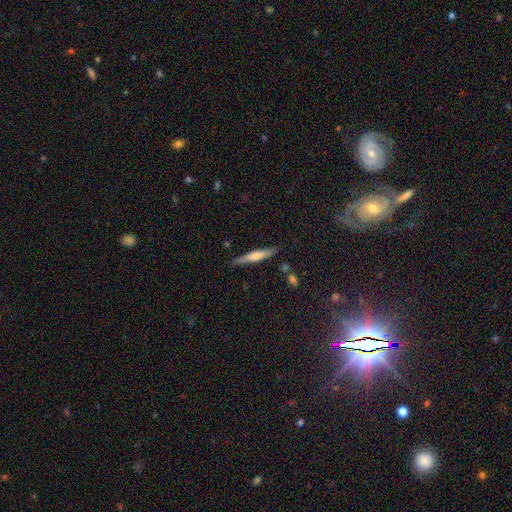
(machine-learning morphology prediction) The model was most divided on "smooth or featured": featured or disk: 50%, smooth: 44%, star or artifact: 6%. More confident: merging — none (86%).